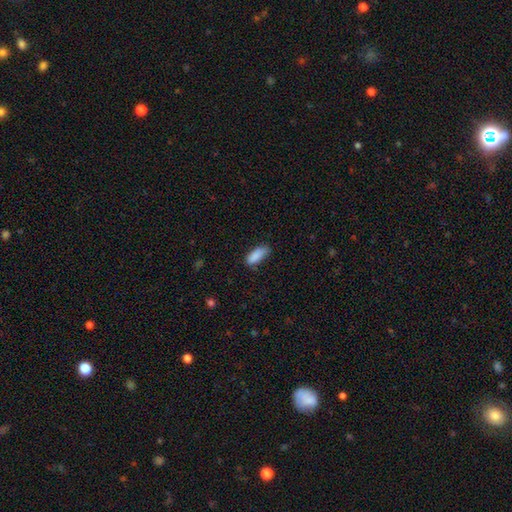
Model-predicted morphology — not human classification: smooth-or-featured: smooth: 88% | star or artifact: 7% | featured or disk: 5%
  how-rounded: in between: 76% | cigar-shaped: 22% | round: 2%
  merging: none: 69% | minor disturbance: 25% | major disturbance: 4% | merger: 2%